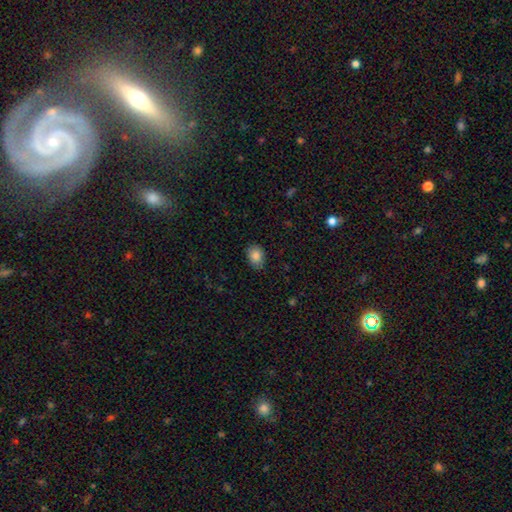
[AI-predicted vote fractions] Smooth or featured? smooth (86%)
How rounded? in between (70%)
Merging? none (80%)